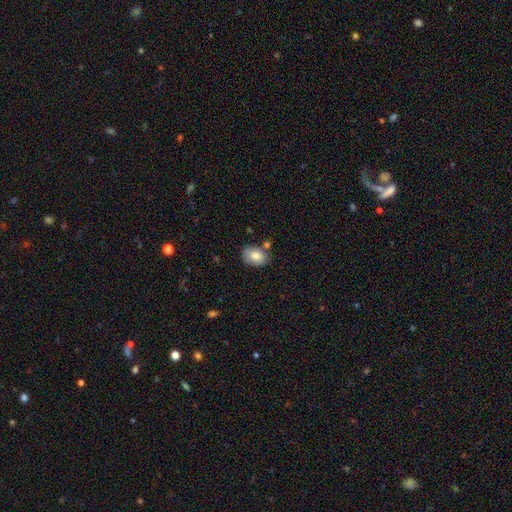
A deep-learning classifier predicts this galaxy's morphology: Smooth or featured: smooth — 78% (featured or disk — 15%)
How rounded: in between — 79% (round — 20%)
Merging: none — 66% (minor disturbance — 19%)